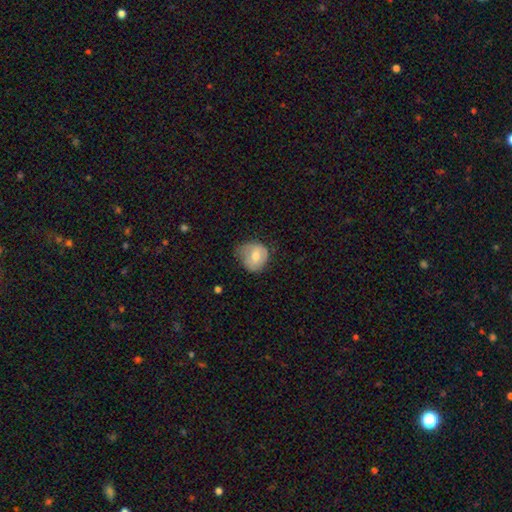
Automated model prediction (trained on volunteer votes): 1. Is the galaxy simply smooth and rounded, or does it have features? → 67% smooth, 25% featured or disk, 8% star or artifact.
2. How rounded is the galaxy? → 74% round, 25% in between, 1% cigar-shaped.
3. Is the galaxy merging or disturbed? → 48% none, 37% minor disturbance, 13% major disturbance, 2% merger.